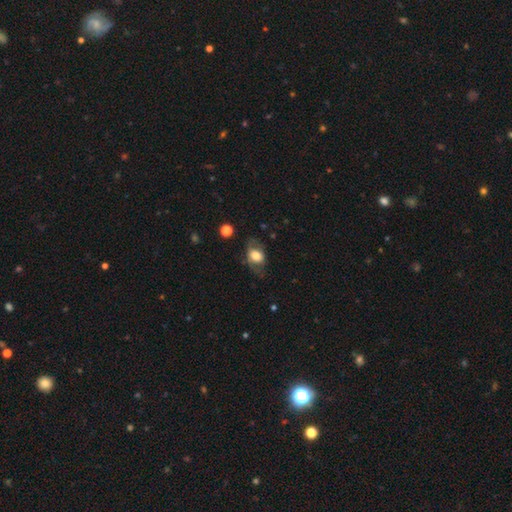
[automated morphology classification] This is likely a smooth galaxy (62%). How rounded: likely in between (73%). Merging: possibly none (59%).